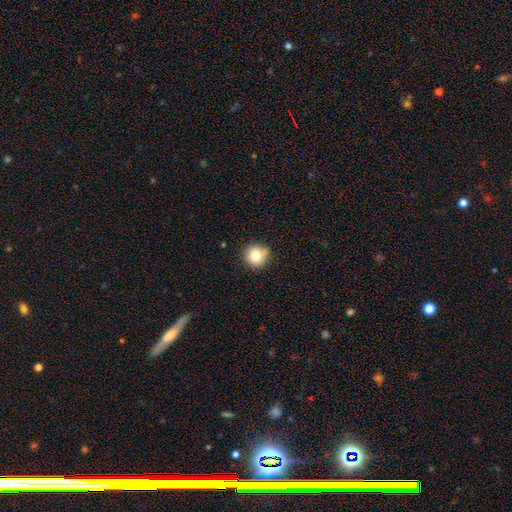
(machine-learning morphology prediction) This is clearly a smooth galaxy (80%). How rounded: clearly round (93%). Merging: likely none (80%).